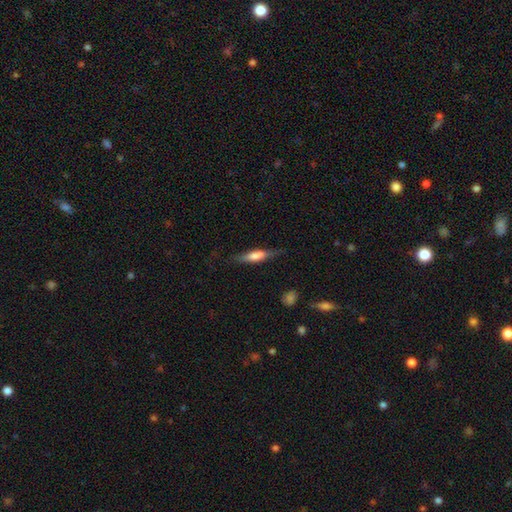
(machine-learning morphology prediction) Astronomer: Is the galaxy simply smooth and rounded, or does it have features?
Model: smooth — 51% (runner-up: featured or disk, 43%).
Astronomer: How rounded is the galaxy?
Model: cigar-shaped — 74%.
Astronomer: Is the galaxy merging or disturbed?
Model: none — 74%.